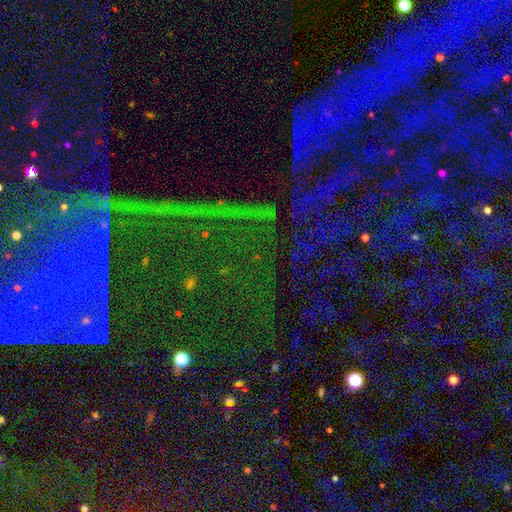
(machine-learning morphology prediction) Overall: star or artifact (85%).